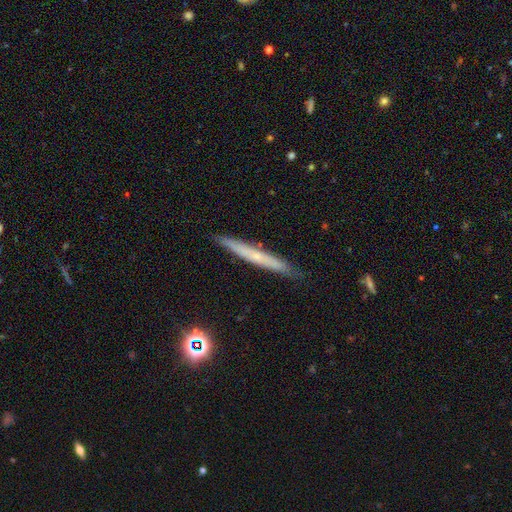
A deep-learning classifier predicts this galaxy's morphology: Overall: featured or disk (51%; smooth 40%). Edge-on disk: yes (92%). Merging: none (86%).